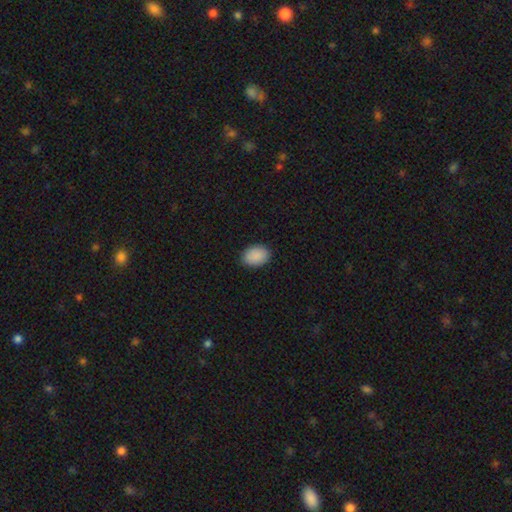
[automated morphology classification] Smooth or featured?
  - smooth: 90% *
  - star or artifact: 7%
  - featured or disk: 3%
How rounded?
  - in between: 76% *
  - round: 23%
  - cigar-shaped: 1%
Merging?
  - none: 88% *
  - minor disturbance: 9%
  - major disturbance: 2%
  - merger: 1%